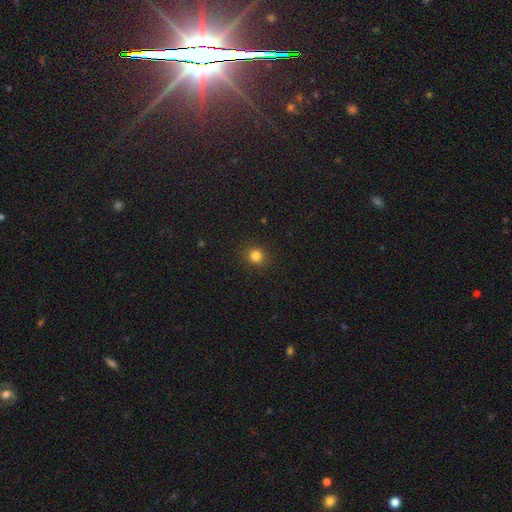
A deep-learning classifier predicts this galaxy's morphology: Smooth or featured?
  - smooth: 83% *
  - star or artifact: 13%
  - featured or disk: 4%
How rounded?
  - round: 90% *
  - in between: 9%
  - cigar-shaped: 1%
Merging?
  - none: 91% *
  - minor disturbance: 6%
  - major disturbance: 2%
  - merger: 1%